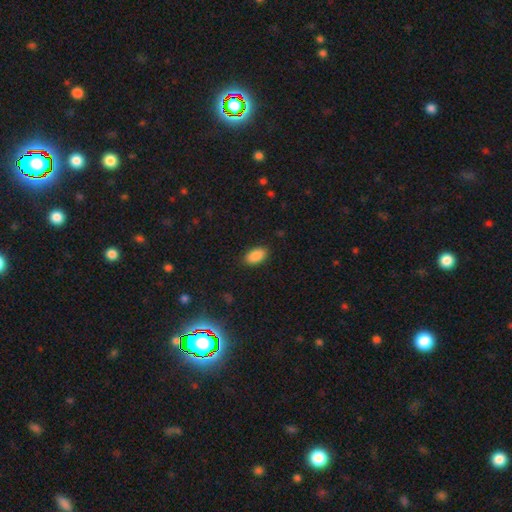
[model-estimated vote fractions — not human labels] smooth 89%, star or artifact 8%, featured or disk 3%. Down the decision tree: how rounded — in between (94%); merging — none (89%).